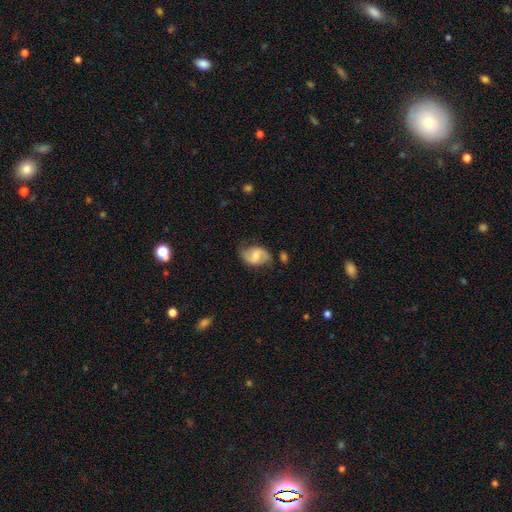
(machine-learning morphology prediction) Smooth or featured: featured or disk — 64% (smooth — 29%)
Edge-on disk: no — 97% (yes — 3%)
Bar: weak — 52% (no — 29%)
Spiral arms: yes — 89% (no — 11%)
Spiral winding: medium — 44% (loose — 38%)
Spiral arm count: 2 — 88% (can't tell — 7%)
Bulge size: moderate — 52% (small — 34%)
Merging: none — 67% (minor disturbance — 22%)